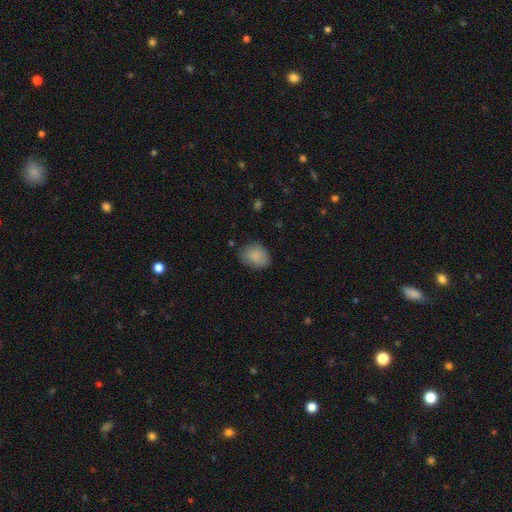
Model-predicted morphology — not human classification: Smooth or featured?
  - smooth: 85% *
  - star or artifact: 8%
  - featured or disk: 7%
How rounded?
  - in between: 52% *
  - round: 47%
  - cigar-shaped: 1%
Merging?
  - none: 72% *
  - minor disturbance: 22%
  - major disturbance: 5%
  - merger: 2%